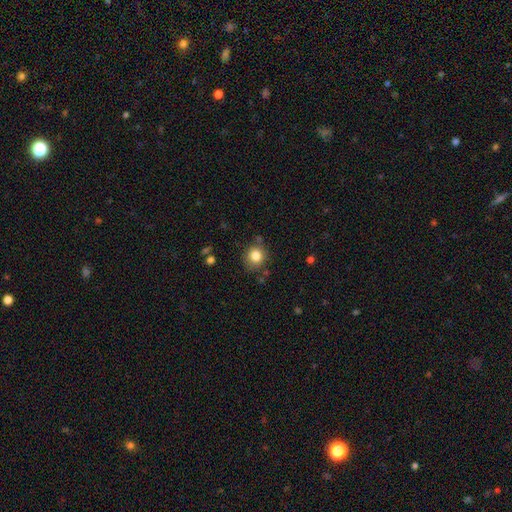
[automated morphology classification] Q: Smooth or featured?
A: smooth (83%); runner-up: star or artifact (10%)
Q: How rounded?
A: round (84%); runner-up: in between (15%)
Q: Merging?
A: none (79%); runner-up: minor disturbance (13%)